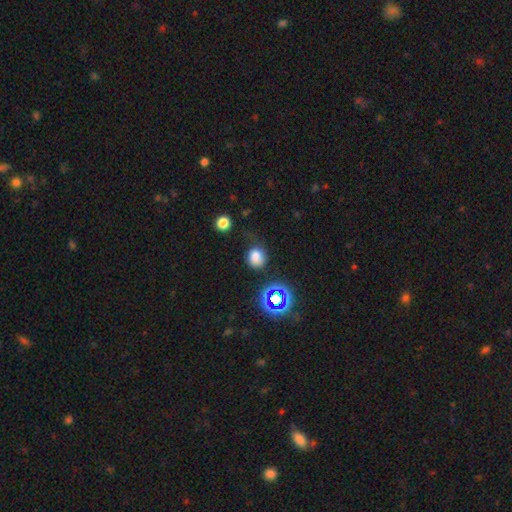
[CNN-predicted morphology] Q: Smooth or featured?
A: smooth (74%); runner-up: star or artifact (17%)
Q: How rounded?
A: round (72%); runner-up: in between (27%)
Q: Merging?
A: none (54%); runner-up: minor disturbance (28%)